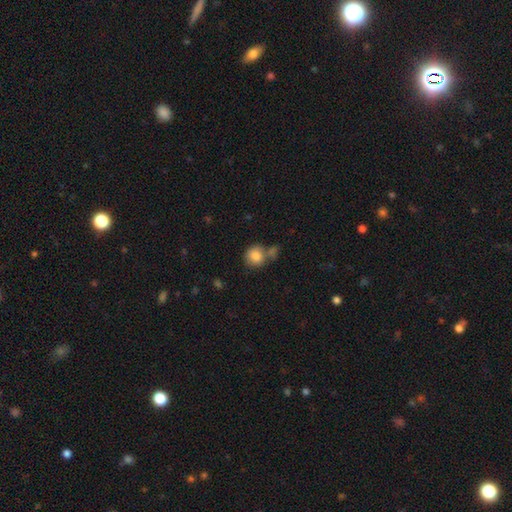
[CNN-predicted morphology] smooth_or_featured: smooth (p=0.85) [alt: star or artifact p=0.08]
how_rounded: round (p=0.79) [alt: in between p=0.20]
merging: none (p=0.49) [alt: merger p=0.28]